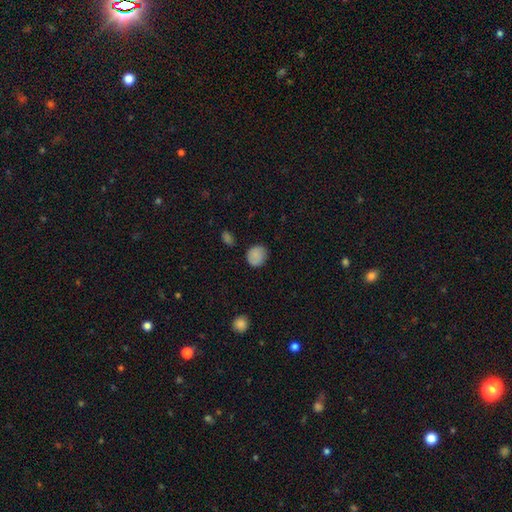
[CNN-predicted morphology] The model was most divided on "how rounded": round: 80%, in between: 19%, cigar-shaped: 1%. More confident: smooth or featured — smooth (84%); merging — none (82%).